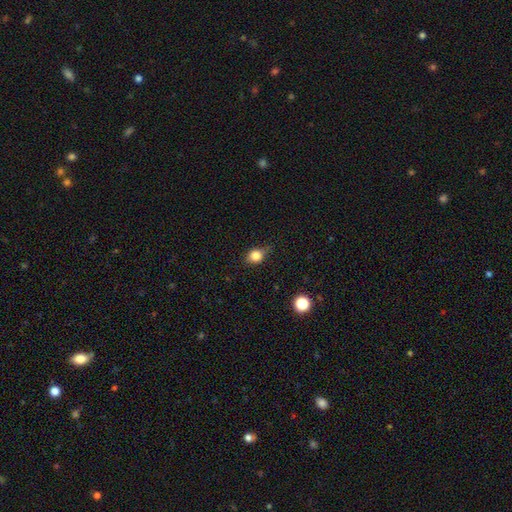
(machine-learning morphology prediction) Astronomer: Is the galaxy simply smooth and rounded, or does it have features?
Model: smooth — 77%.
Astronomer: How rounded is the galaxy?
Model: round — 57% (runner-up: in between, 40%).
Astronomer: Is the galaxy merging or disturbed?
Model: none — 65%.